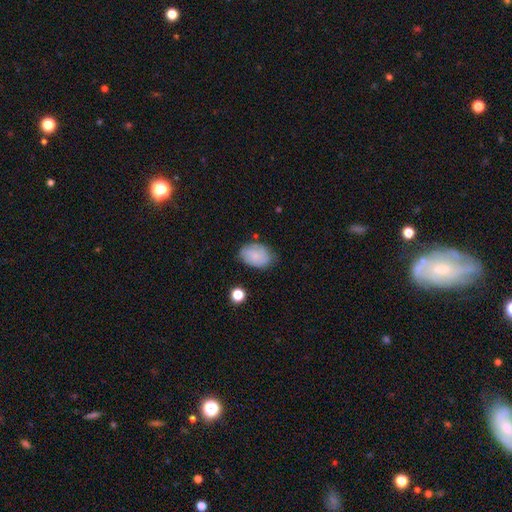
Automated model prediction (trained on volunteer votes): Smooth or featured: smooth — 73% (featured or disk — 18%)
How rounded: in between — 82% (round — 16%)
Merging: none — 70% (minor disturbance — 22%)